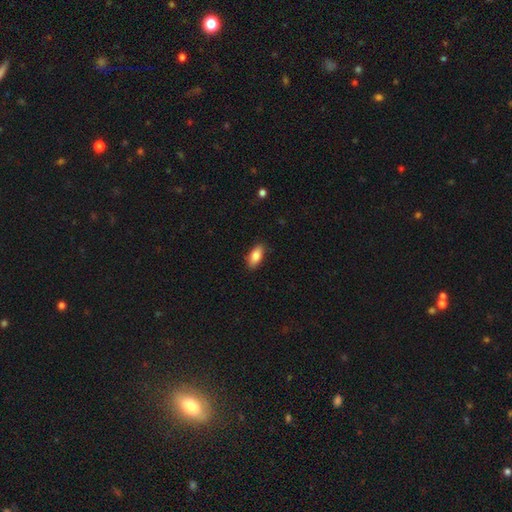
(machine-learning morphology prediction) Smooth or featured?
  - smooth: 84% *
  - featured or disk: 9%
  - star or artifact: 7%
How rounded?
  - in between: 87% *
  - cigar-shaped: 10%
  - round: 3%
Merging?
  - none: 86% *
  - minor disturbance: 11%
  - major disturbance: 2%
  - merger: 1%